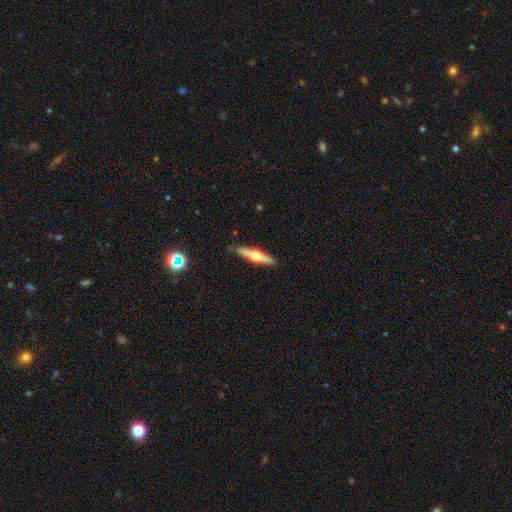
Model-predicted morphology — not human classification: The model was most divided on "smooth or featured": featured or disk: 62%, smooth: 32%, star or artifact: 5%. More confident: edge-on disk — yes (96%); edge-on bulge — rounded (94%); merging — none (88%).